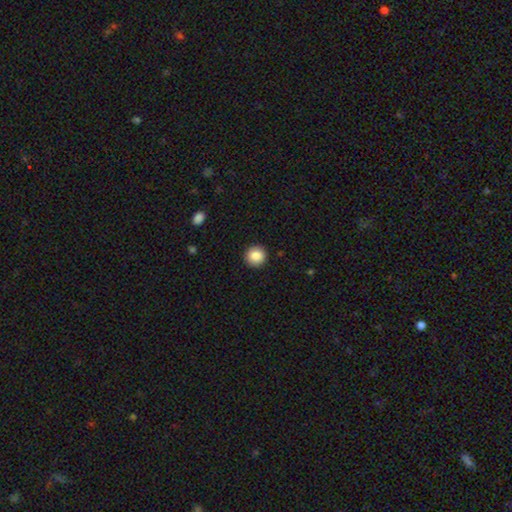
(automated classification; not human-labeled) Overall: smooth (87%). How rounded: round (93%). Merging: none (92%).